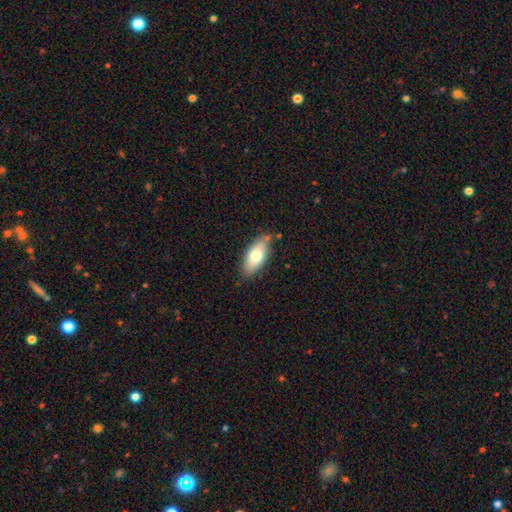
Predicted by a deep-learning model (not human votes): smooth 73%, featured or disk 20%, star or artifact 7%. Down the decision tree: how rounded — in between (85%); merging — none (79%).